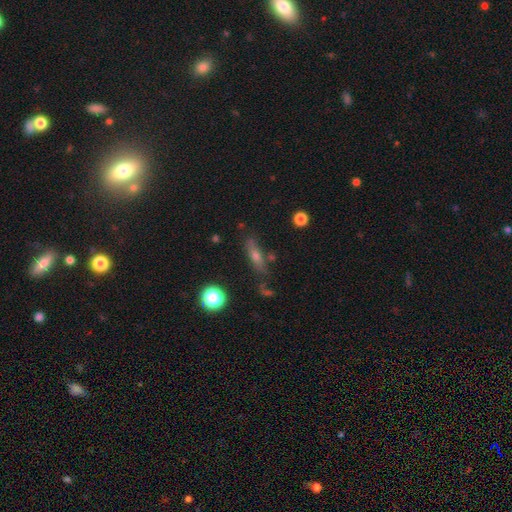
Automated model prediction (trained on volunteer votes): Overall: smooth (50%; featured or disk 33%). How rounded: cigar-shaped (58%; in between 33%). Merging: none (70%).